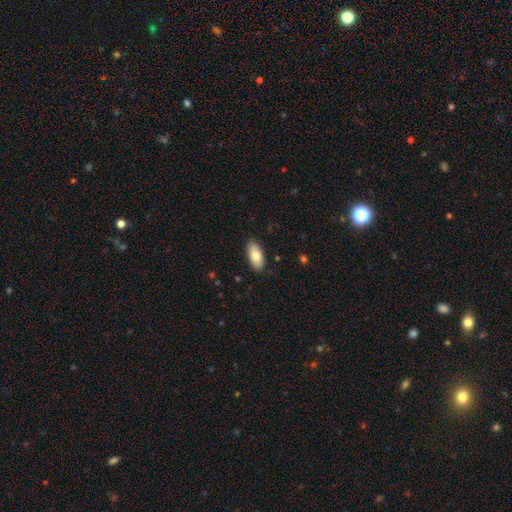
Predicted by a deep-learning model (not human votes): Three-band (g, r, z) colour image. It shows a smooth galaxy with no disk features (80%) that is in between round and cigar-shaped (89%). Merging: none (88%).